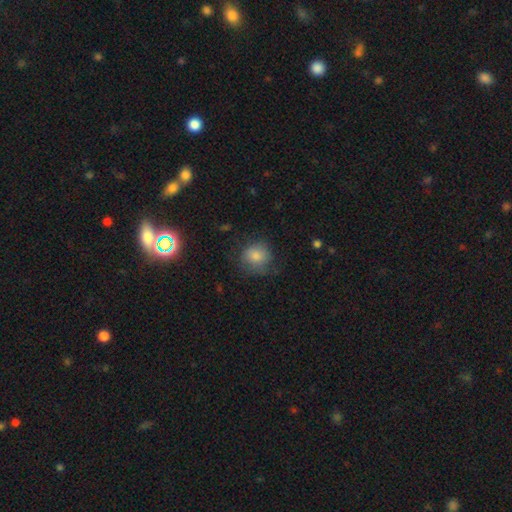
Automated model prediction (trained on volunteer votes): Overall: smooth (75%). How rounded: round (84%). Merging: none (67%).